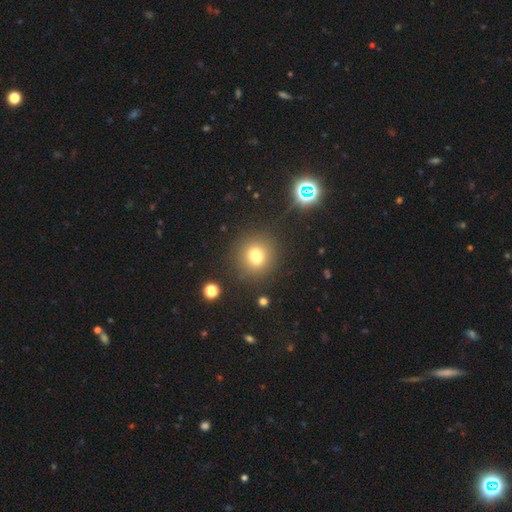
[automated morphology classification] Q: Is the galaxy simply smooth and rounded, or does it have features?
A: smooth — 71%.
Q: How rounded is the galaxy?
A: round — 80%.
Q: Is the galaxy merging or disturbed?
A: none — 72%.